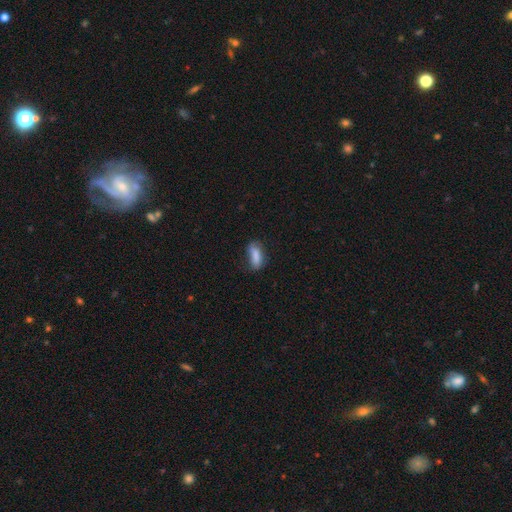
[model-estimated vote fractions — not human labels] Smooth or featured? smooth (80%)
How rounded? in between (71%)
Merging? none (56%)